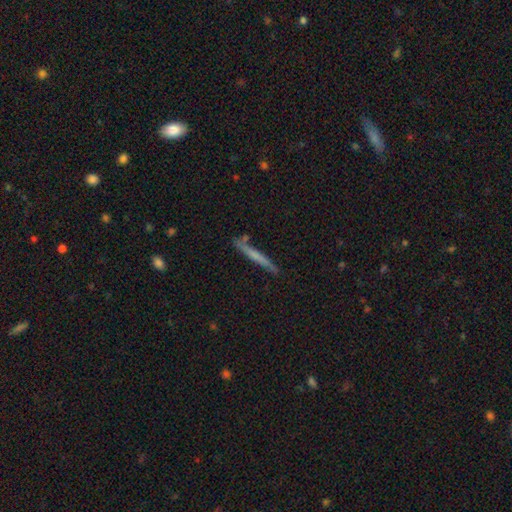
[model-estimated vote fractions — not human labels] Morphology: type=smooth (53%); roundness=cigar-shaped (96%); merging=none (81%).